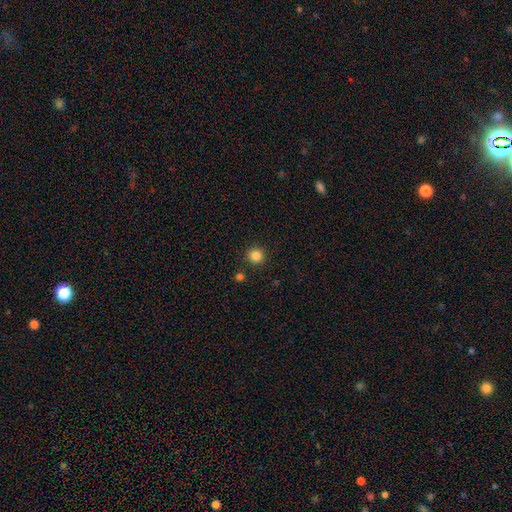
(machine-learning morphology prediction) smooth 85%, star or artifact 12%, featured or disk 3%. Down the decision tree: how rounded — round (94%); merging — none (90%).